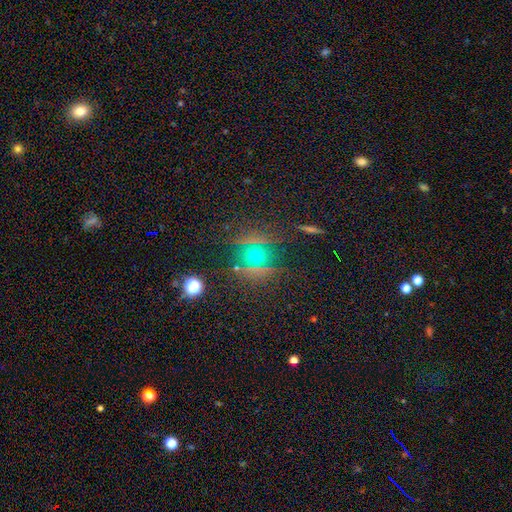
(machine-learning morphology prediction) type=smooth (42%, tied with star or artifact); merging=none (83%).